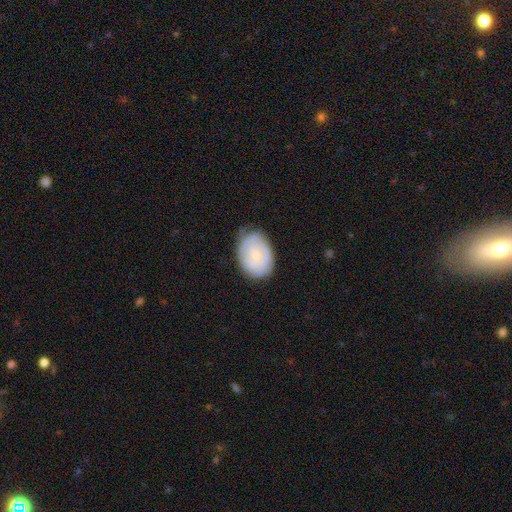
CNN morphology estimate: Q: Smooth or featured?
A: featured or disk (70%); runner-up: smooth (24%)
Q: Edge-on disk?
A: no (97%); runner-up: yes (3%)
Q: Bar?
A: no (72%); runner-up: weak (24%)
Q: Spiral arms?
A: yes (89%); runner-up: no (11%)
Q: Spiral winding?
A: tight (77%); runner-up: medium (18%)
Q: Spiral arm count?
A: can't tell (39%); runner-up: 2 (38%)
Q: Bulge size?
A: small (72%); runner-up: moderate (22%)
Q: Merging?
A: none (74%); runner-up: minor disturbance (20%)